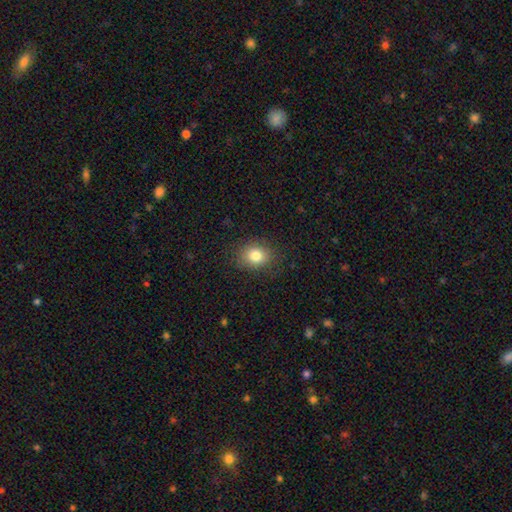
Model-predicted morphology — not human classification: type=smooth (81%); roundness=round (58%); merging=none (86%).